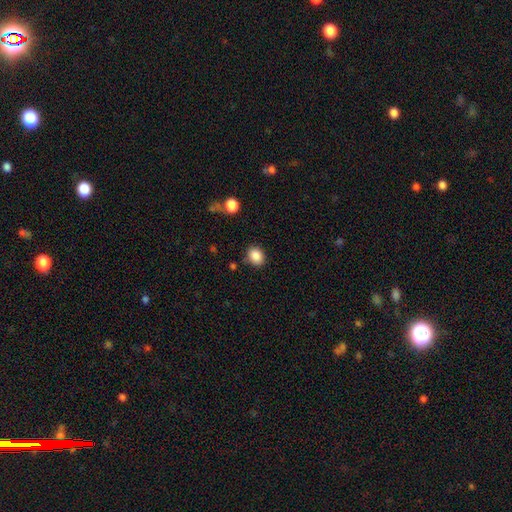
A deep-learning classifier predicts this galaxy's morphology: This appears to be a smooth galaxy with no disk features (87%) that is in between round and cigar-shaped (52%). Merging: none (80%).